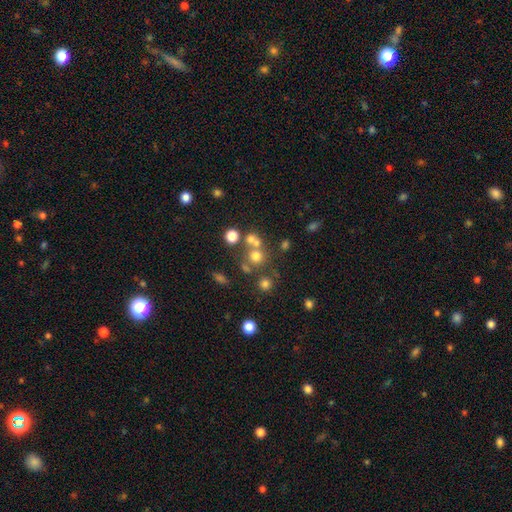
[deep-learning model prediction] Overall: smooth (48%; star or artifact 35%). Merging: none (56%; merger 30%).